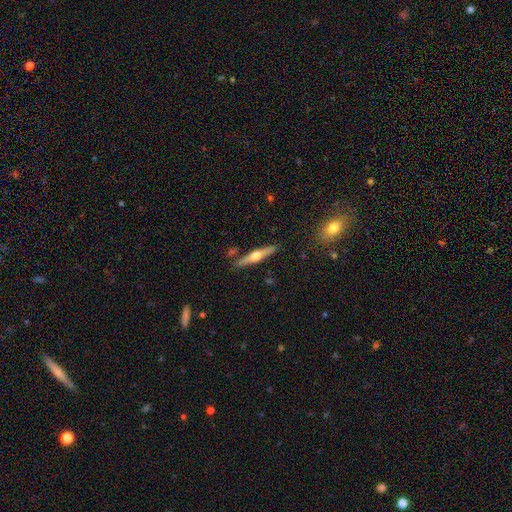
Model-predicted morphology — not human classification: This appears to be a featured or disk galaxy (68%) viewed edge-on (97%) with a rounded central bulge (91%). Merging: none (86%).